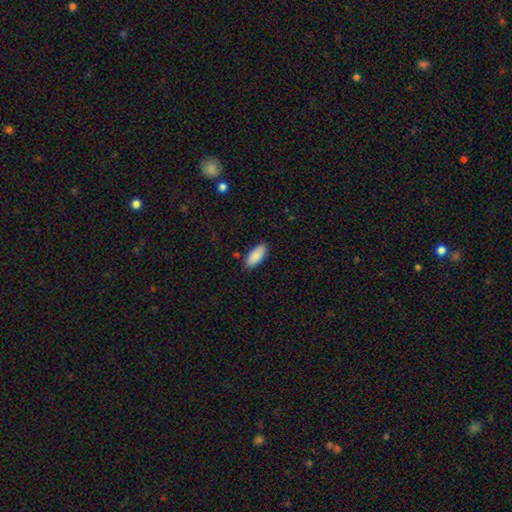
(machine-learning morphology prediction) smooth_or_featured: smooth (p=0.90) [alt: star or artifact p=0.06]
how_rounded: in between (p=0.87) [alt: cigar-shaped p=0.11]
merging: none (p=0.86) [alt: minor disturbance p=0.10]